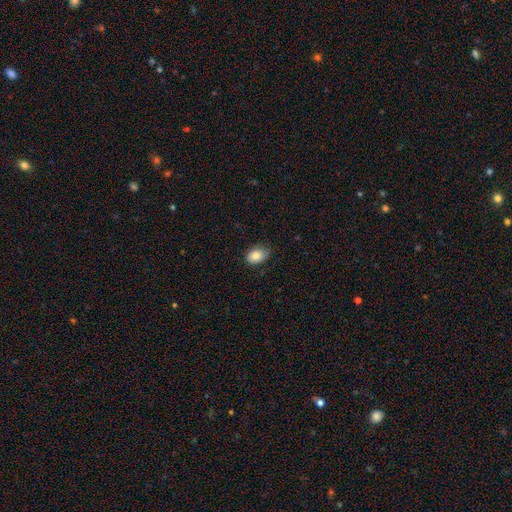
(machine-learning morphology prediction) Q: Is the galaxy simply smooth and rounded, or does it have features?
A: smooth — 85%.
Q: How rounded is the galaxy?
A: in between — 79%.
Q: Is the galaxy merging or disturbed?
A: none — 74%.